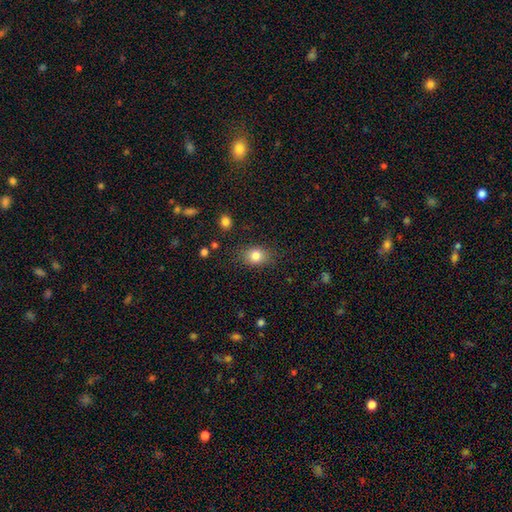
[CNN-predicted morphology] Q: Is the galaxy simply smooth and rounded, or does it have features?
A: smooth — 82%.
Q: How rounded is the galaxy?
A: in between — 52%.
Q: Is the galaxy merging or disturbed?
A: none — 80%.